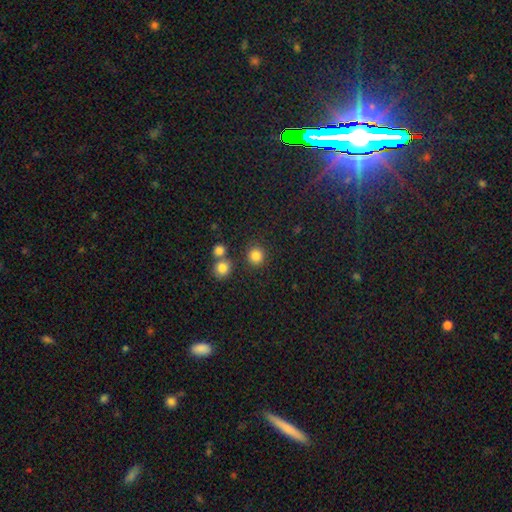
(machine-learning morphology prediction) Smooth or featured? smooth (84%)
How rounded? round (92%)
Merging? none (84%)